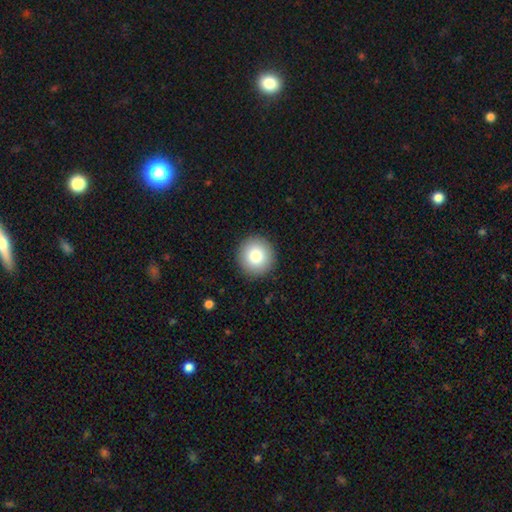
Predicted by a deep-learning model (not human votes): Smooth or featured? smooth (83%)
How rounded? round (95%)
Merging? none (92%)